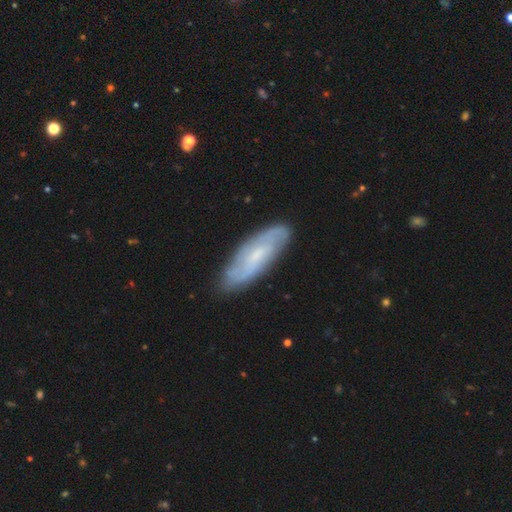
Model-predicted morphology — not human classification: Smooth or featured? featured or disk (60%)
Edge-on disk? no (81%)
Merging? none (82%)